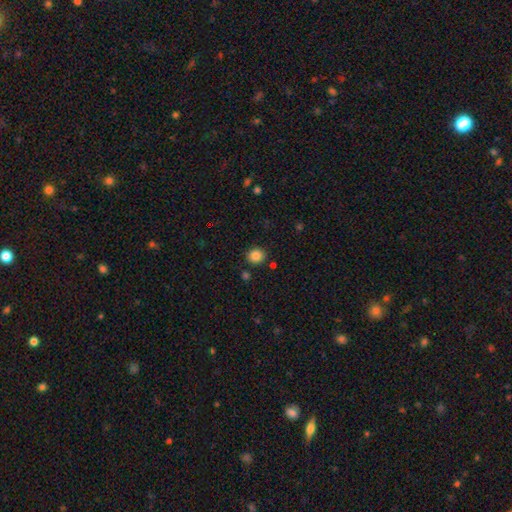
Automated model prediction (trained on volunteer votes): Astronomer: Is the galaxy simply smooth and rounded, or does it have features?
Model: smooth — 85%.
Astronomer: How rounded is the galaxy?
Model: round — 84%.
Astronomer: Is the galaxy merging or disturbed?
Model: none — 86%.